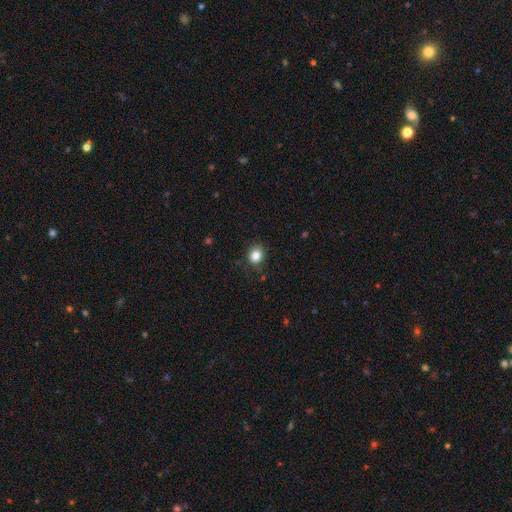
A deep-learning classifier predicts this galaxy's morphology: This appears to be a smooth galaxy with no disk features (84%) that is round (67%). Merging: none (82%).